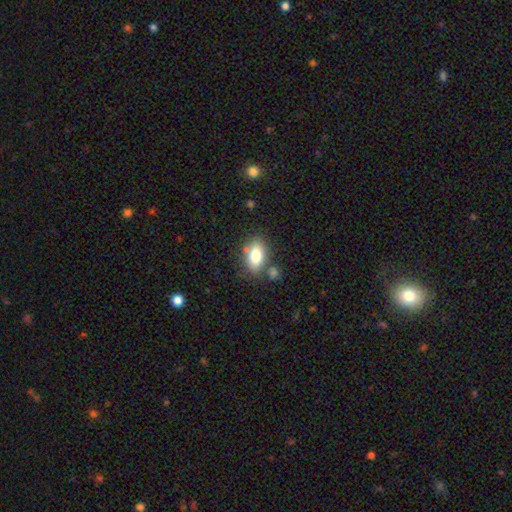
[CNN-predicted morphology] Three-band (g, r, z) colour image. It shows a smooth galaxy with no disk features (80%) that is in between round and cigar-shaped (88%). Merging: none (71%).